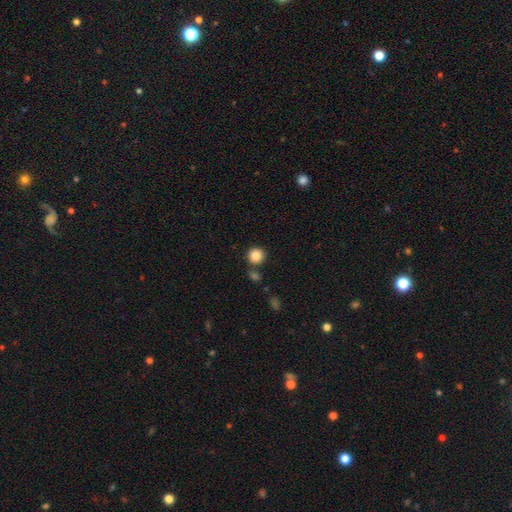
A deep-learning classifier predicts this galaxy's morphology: Smooth or featured?
  - smooth: 86% *
  - star or artifact: 10%
  - featured or disk: 4%
How rounded?
  - round: 93% *
  - in between: 6%
  - cigar-shaped: 1%
Merging?
  - none: 80% *
  - merger: 10%
  - minor disturbance: 8%
  - major disturbance: 3%